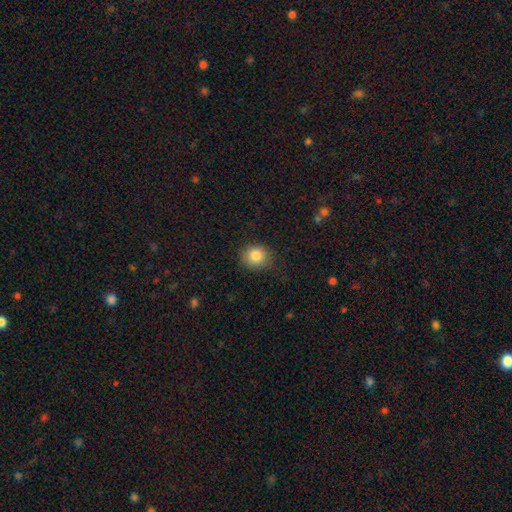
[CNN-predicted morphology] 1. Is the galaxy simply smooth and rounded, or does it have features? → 84% smooth, 9% star or artifact, 6% featured or disk.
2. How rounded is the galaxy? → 80% round, 20% in between, 1% cigar-shaped.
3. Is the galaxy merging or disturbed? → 83% none, 13% minor disturbance, 3% major disturbance, 1% merger.